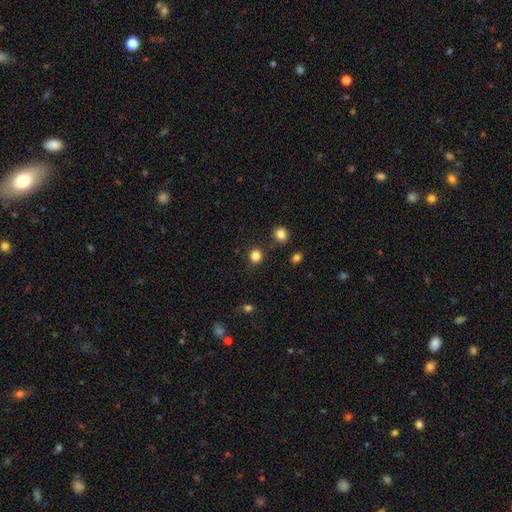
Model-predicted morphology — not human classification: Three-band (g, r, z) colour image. It shows a smooth galaxy with no disk features (83%) that is round (85%). Merging: none (87%).